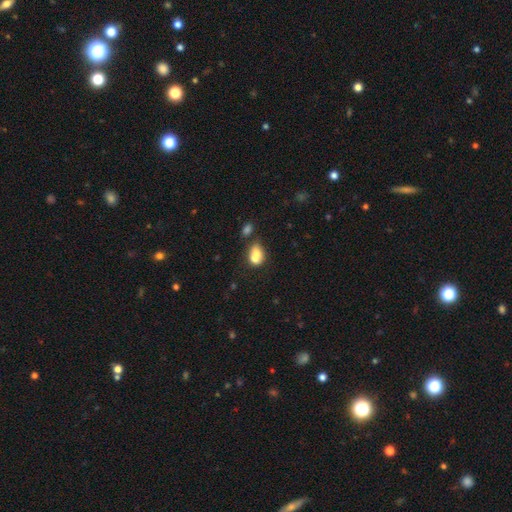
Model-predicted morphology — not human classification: Overall: smooth (71%). How rounded: in between (66%; round 32%). Merging: merger (57%; none 26%).